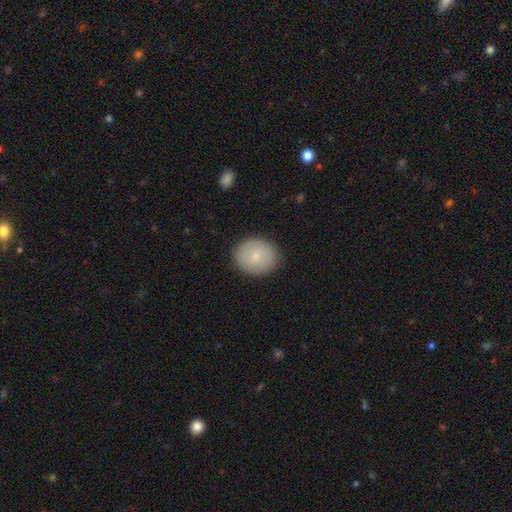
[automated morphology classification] type=smooth (80%); roundness=round (70%); merging=none (88%).